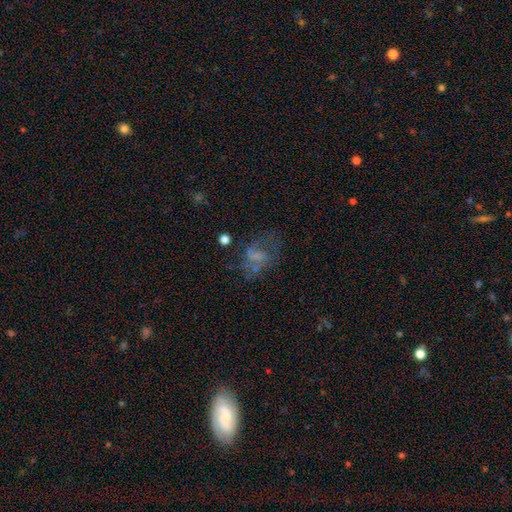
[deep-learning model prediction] A featured or disk galaxy (49%).

Vote fractions:
- Smooth or featured? featured or disk: 49% / smooth: 32% / star or artifact: 20%
- Merging? none: 48% / major disturbance: 27% / minor disturbance: 20% / merger: 5%